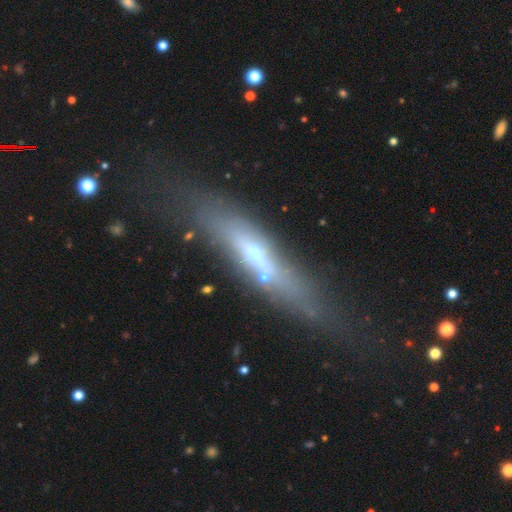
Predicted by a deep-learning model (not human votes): This appears to be a featured or disk galaxy (58%) viewed edge-on (68%). Merging: none (56%).